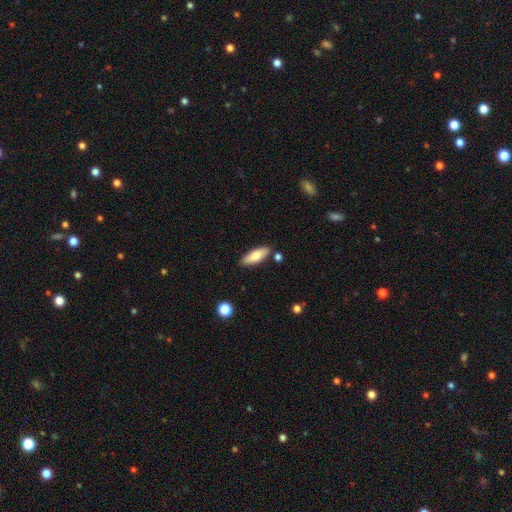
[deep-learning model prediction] Overall: smooth (78%). How rounded: in between (63%; cigar-shaped 35%). Merging: none (82%).